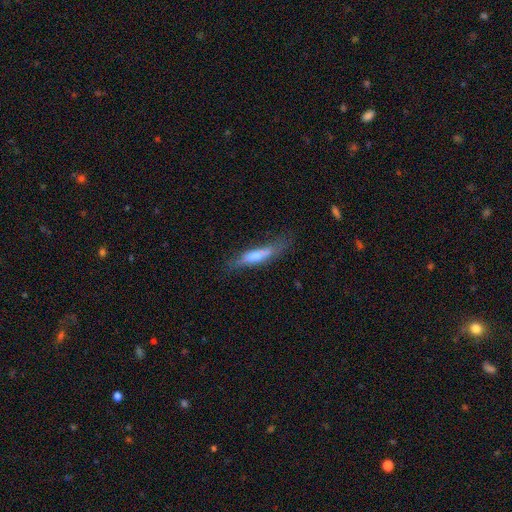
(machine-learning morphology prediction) The model was most divided on "merging": none: 54%, minor disturbance: 28%, major disturbance: 14%, merger: 4%. More confident: how rounded — cigar-shaped (77%); smooth or featured — smooth (62%).